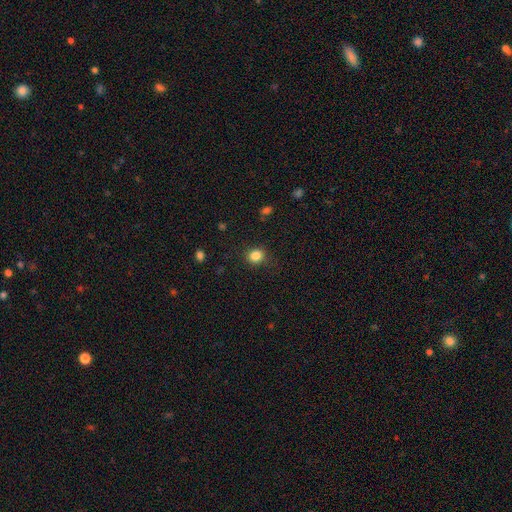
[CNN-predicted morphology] type=smooth (85%); roundness=round (82%); merging=none (86%).